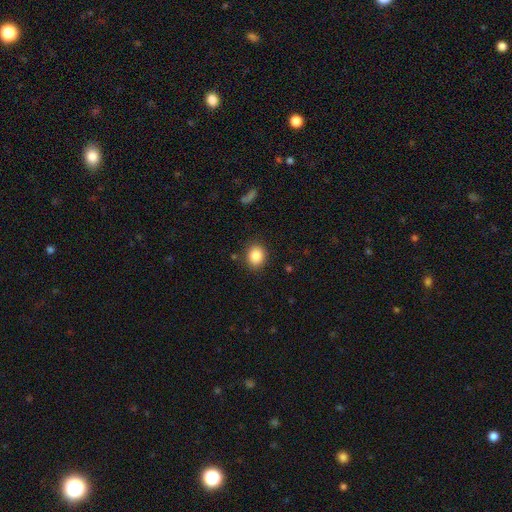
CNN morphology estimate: The model was most divided on "how rounded": round: 64%, in between: 36%, cigar-shaped: 1%. More confident: smooth or featured — smooth (86%); merging — none (86%).